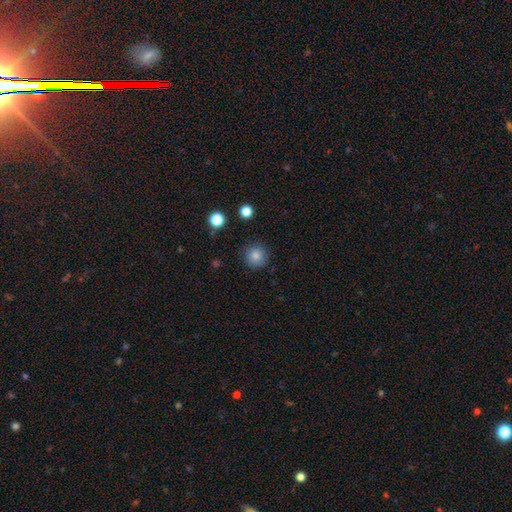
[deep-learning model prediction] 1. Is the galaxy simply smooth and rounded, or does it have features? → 84% smooth, 11% star or artifact, 5% featured or disk.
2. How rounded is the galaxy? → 95% round, 4% in between, 1% cigar-shaped.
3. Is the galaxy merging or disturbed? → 89% none, 7% minor disturbance, 2% major disturbance, 1% merger.